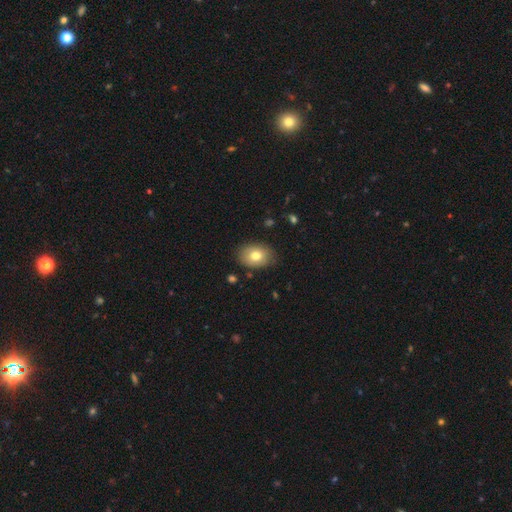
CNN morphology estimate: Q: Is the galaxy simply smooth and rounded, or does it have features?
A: smooth — 76%.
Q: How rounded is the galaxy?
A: in between — 75%.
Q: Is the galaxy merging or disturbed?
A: none — 83%.